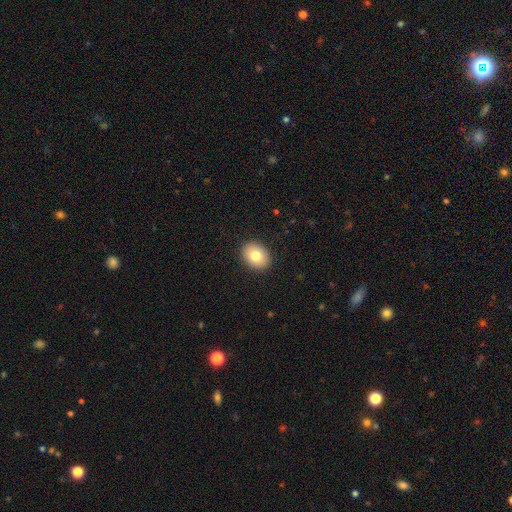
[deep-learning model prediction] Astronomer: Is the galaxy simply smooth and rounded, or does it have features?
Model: smooth — 79%.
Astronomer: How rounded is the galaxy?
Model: in between — 62%.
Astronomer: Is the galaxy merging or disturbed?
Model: none — 91%.